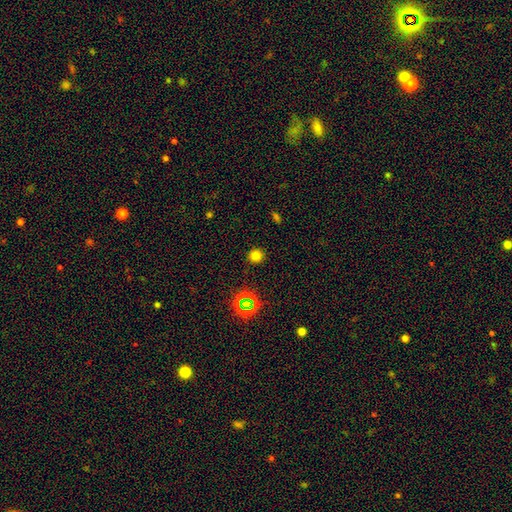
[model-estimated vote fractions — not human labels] Smooth or featured?
  - smooth: 74% *
  - star or artifact: 21%
  - featured or disk: 5%
How rounded?
  - round: 93% *
  - in between: 6%
  - cigar-shaped: 1%
Merging?
  - none: 90% *
  - minor disturbance: 7%
  - major disturbance: 3%
  - merger: 1%